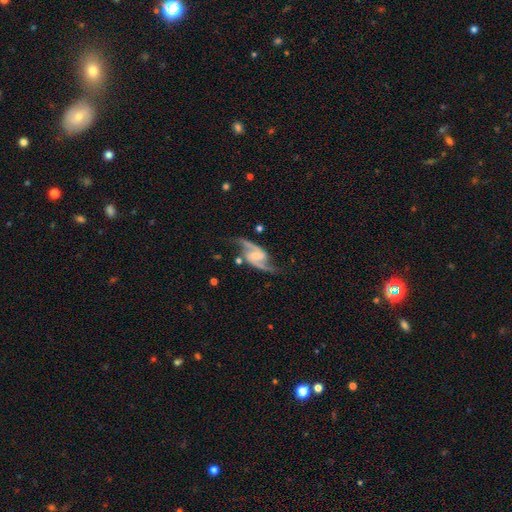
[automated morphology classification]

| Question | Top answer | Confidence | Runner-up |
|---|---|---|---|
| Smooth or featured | featured or disk | 92% | star or artifact (4%) |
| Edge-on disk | no | 97% | yes (3%) |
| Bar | weak | 47% | strong (32%) |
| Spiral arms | yes | 98% | no (2%) |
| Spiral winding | medium | 46% | loose (45%) |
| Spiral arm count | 2 | 94% | can't tell (1%) |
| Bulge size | small | 44% | moderate (28%) |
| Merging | none | 74% | minor disturbance (15%) |